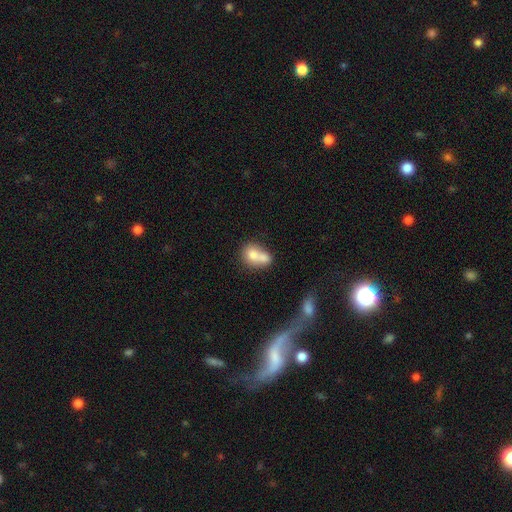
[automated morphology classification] Smooth or featured: smooth — 72% (featured or disk — 20%)
How rounded: in between — 61% (round — 37%)
Merging: merger — 65% (none — 21%)